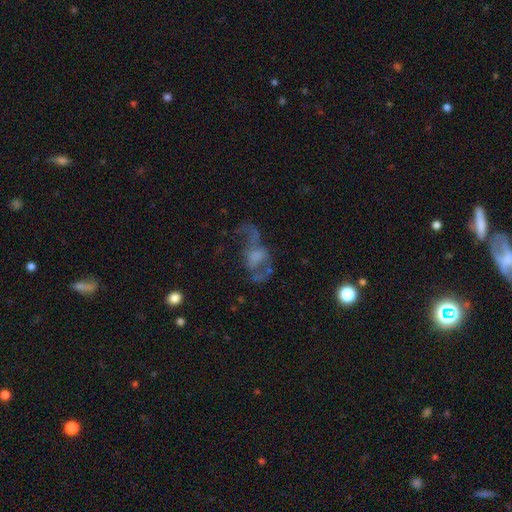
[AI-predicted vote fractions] Smooth or featured? featured or disk (61%)
Edge-on disk? no (93%)
Bar? no (65%)
Spiral arms? yes (55%)
Bulge size? none (36%)
Merging? none (43%)